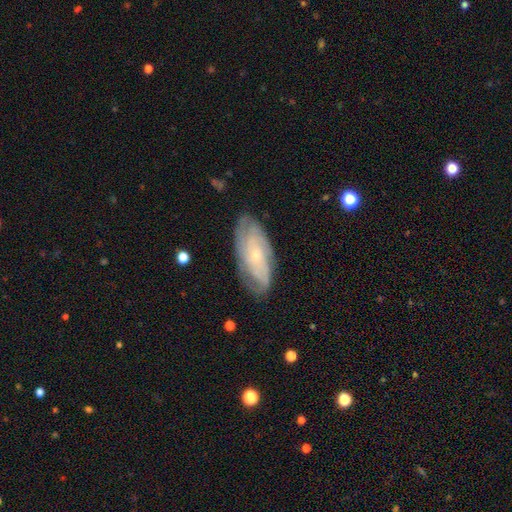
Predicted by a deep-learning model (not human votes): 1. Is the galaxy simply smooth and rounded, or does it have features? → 74% featured or disk, 20% smooth, 6% star or artifact.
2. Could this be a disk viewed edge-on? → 92% no, 8% yes.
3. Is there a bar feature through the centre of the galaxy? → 76% no, 19% weak, 4% strong.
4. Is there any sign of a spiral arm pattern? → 91% yes, 9% no.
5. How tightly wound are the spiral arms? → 63% tight, 28% medium, 8% loose.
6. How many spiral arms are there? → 43% can't tell, 24% 2, 14% 3, 9% 4, 5% more than 4, 4% 1.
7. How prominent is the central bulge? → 80% small, 16% moderate, 2% none, 1% large, 1% dominant.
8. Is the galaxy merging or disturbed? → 77% none, 17% minor disturbance, 5% major disturbance, 1% merger.